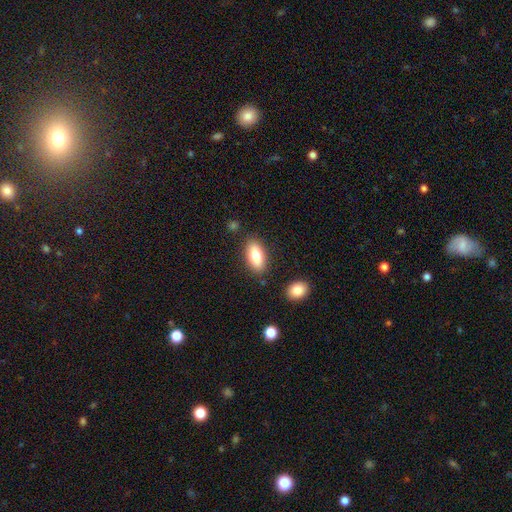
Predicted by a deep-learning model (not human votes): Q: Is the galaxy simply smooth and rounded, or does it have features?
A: smooth — 80%.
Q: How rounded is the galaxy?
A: in between — 87%.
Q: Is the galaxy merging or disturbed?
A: none — 83%.